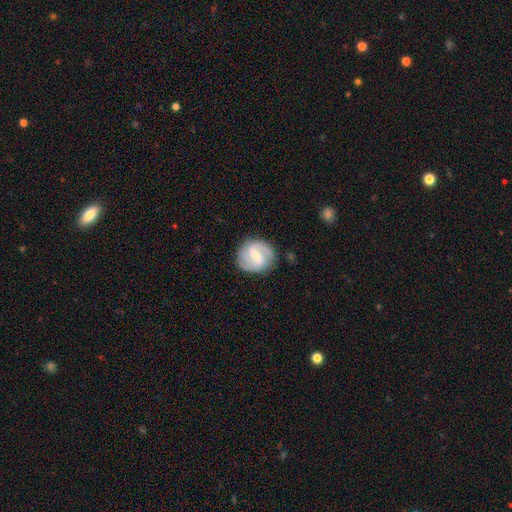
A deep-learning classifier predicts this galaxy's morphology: A featured or disk galaxy (79%) with a weak bar (56%), 2 (81%) medium (48%) spiral arms (93%) and a small central bulge (52%). Merging: none (81%).